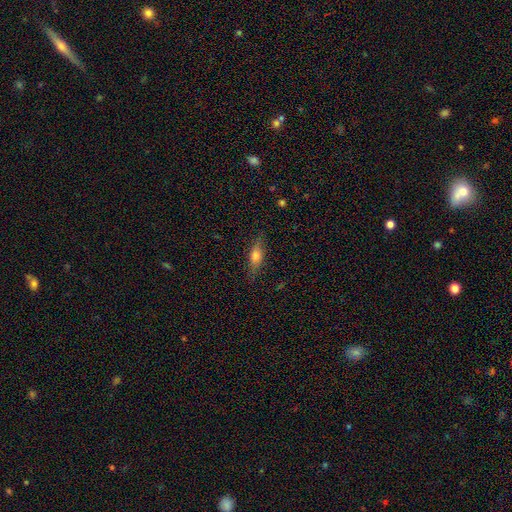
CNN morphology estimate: This is likely a smooth galaxy (61%). How rounded: likely in between (61%). Merging: clearly none (81%).